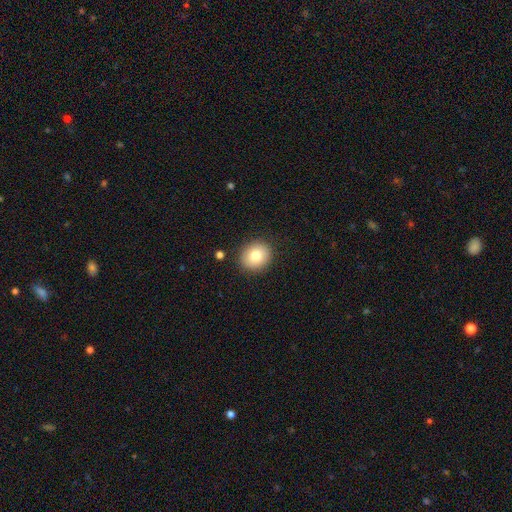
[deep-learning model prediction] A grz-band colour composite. It shows a smooth galaxy with no disk features (81%) that is round (76%). Merging: none (88%).